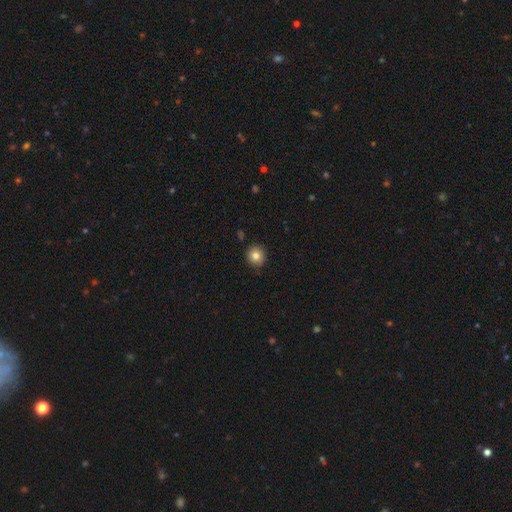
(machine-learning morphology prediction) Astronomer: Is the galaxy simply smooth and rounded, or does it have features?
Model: smooth — 82%.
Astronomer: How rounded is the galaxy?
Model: round — 91%.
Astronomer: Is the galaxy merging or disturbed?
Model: none — 89%.